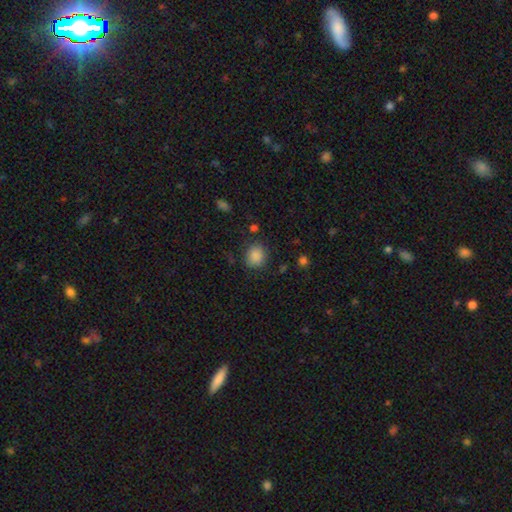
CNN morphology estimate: Smooth or featured? smooth (87%)
How rounded? round (71%)
Merging? none (81%)